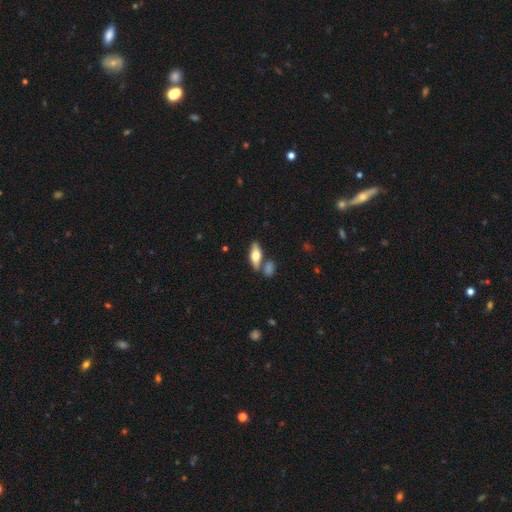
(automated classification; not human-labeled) The model was most divided on "smooth or featured": smooth: 52%, featured or disk: 41%, star or artifact: 7%. More confident: merging — none (67%); how rounded — in between (65%).